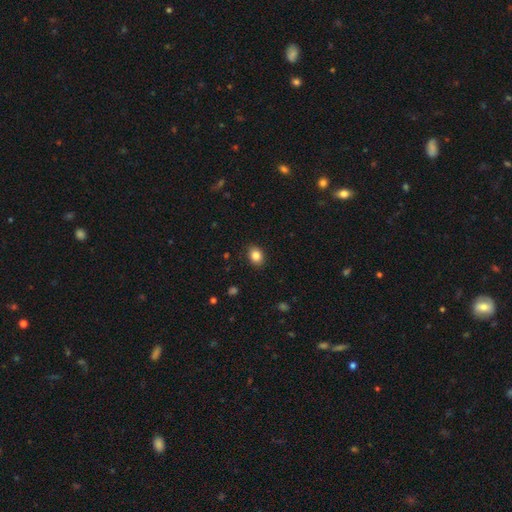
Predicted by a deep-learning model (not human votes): smooth-or-featured: smooth: 85% | star or artifact: 10% | featured or disk: 5%
  how-rounded: in between: 57% | round: 42% | cigar-shaped: 1%
  merging: none: 89% | minor disturbance: 8% | major disturbance: 2% | merger: 1%